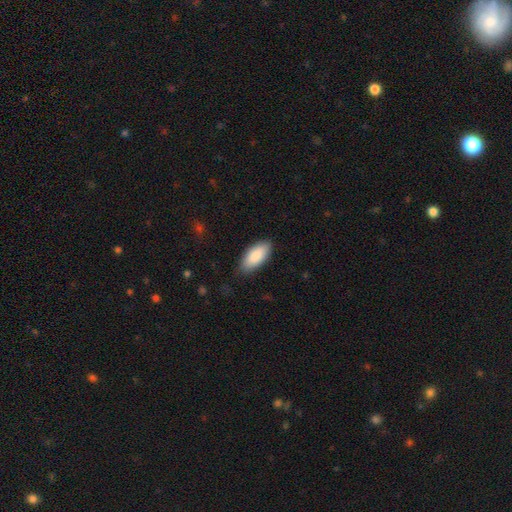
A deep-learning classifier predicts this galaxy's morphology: Smooth or featured?
  - smooth: 87% *
  - featured or disk: 7%
  - star or artifact: 6%
How rounded?
  - in between: 89% *
  - cigar-shaped: 9%
  - round: 2%
Merging?
  - none: 82% *
  - minor disturbance: 15%
  - major disturbance: 3%
  - merger: 1%